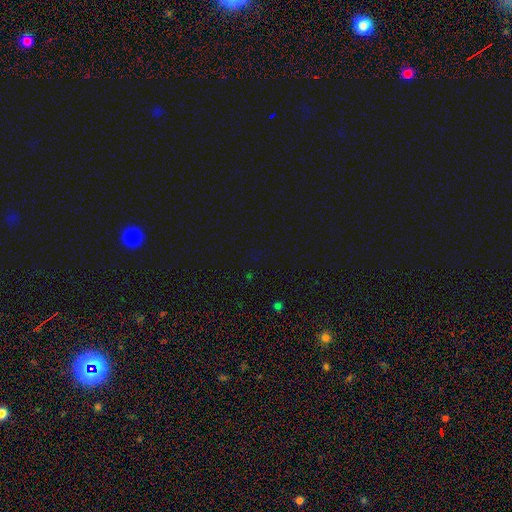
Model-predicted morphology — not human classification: smooth_or_featured: star or artifact (p=0.71) [alt: smooth p=0.23]